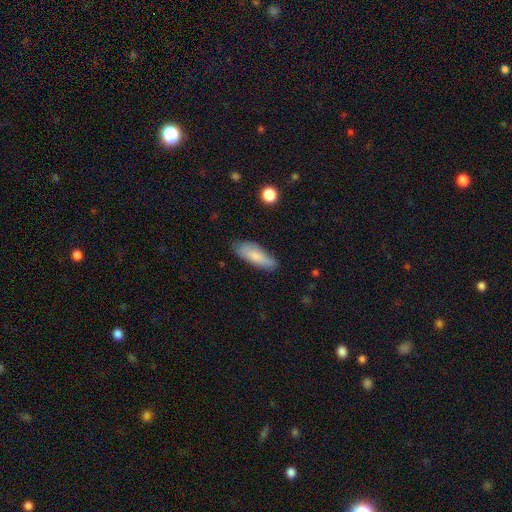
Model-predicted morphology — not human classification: A smooth galaxy with no disk features (81%) that is in between round and cigar-shaped (64%). Merging: none (76%).